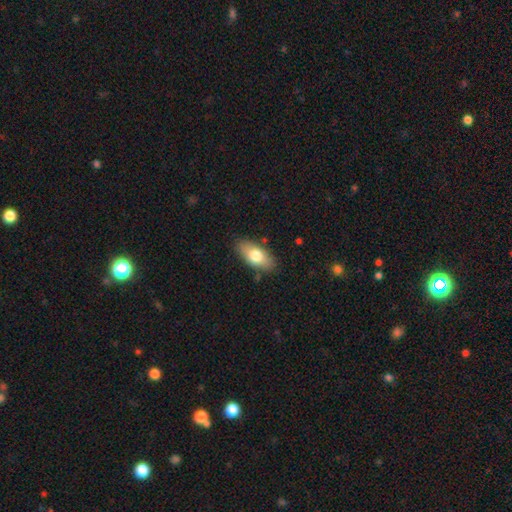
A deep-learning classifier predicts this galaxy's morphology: smooth_or_featured: smooth (p=0.74) [alt: featured or disk p=0.20]
how_rounded: in between (p=0.87) [alt: cigar-shaped p=0.09]
merging: none (p=0.84) [alt: minor disturbance p=0.12]